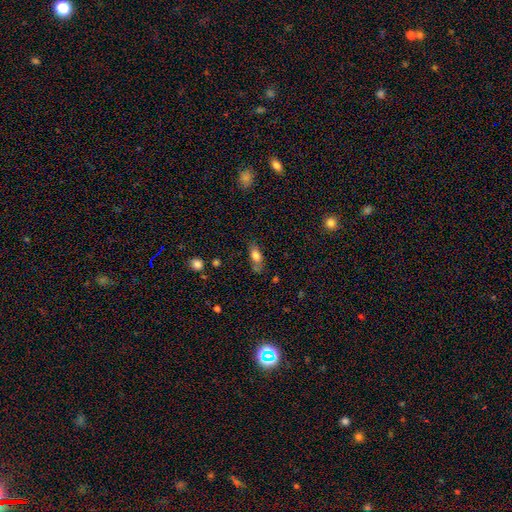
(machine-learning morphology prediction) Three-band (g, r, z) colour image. It shows a smooth galaxy with no disk features (76%) that is in between round and cigar-shaped (77%). Merging: none (59%).